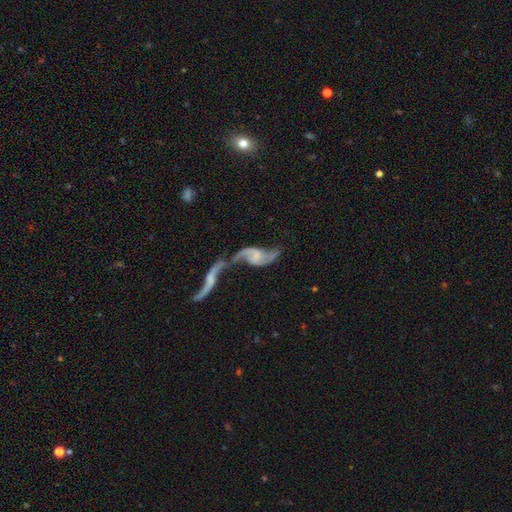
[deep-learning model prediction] Q: Smooth or featured?
A: featured or disk (82%); runner-up: smooth (12%)
Q: Edge-on disk?
A: no (95%); runner-up: yes (5%)
Q: Bar?
A: weak (44%); runner-up: no (43%)
Q: Spiral arms?
A: yes (90%); runner-up: no (10%)
Q: Spiral winding?
A: loose (83%); runner-up: medium (13%)
Q: Spiral arm count?
A: 2 (88%); runner-up: 1 (5%)
Q: Bulge size?
A: none (41%); runner-up: small (36%)
Q: Merging?
A: merger (64%); runner-up: none (15%)